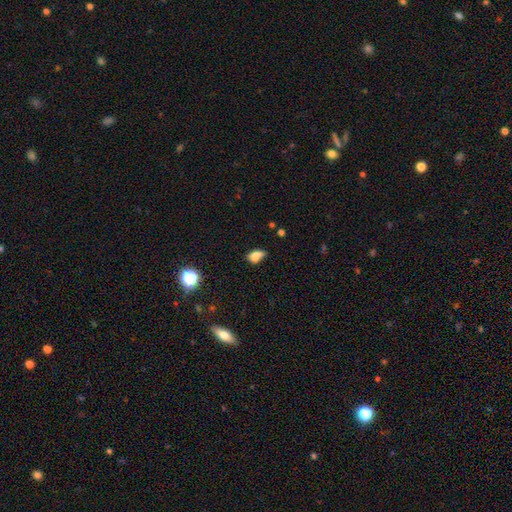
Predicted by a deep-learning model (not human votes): A smooth galaxy with no disk features (77%) that is in between round and cigar-shaped (85%).

Vote fractions:
- Smooth or featured? smooth: 77% / star or artifact: 12% / featured or disk: 11%
- How rounded? in between: 85% / round: 11% / cigar-shaped: 4%
- Merging? none: 45% / minor disturbance: 35% / major disturbance: 11% / merger: 9%